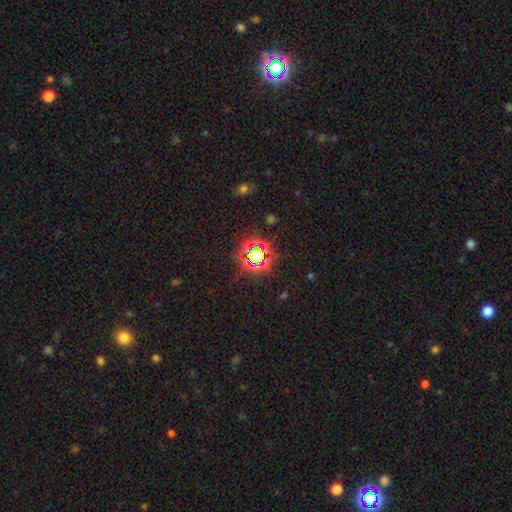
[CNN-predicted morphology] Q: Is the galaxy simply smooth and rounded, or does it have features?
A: star or artifact — 68%.